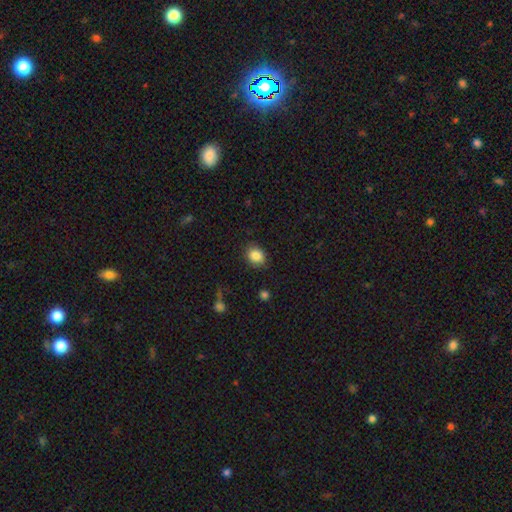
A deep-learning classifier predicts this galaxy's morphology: Smooth or featured? smooth (86%)
How rounded? round (53%)
Merging? none (85%)